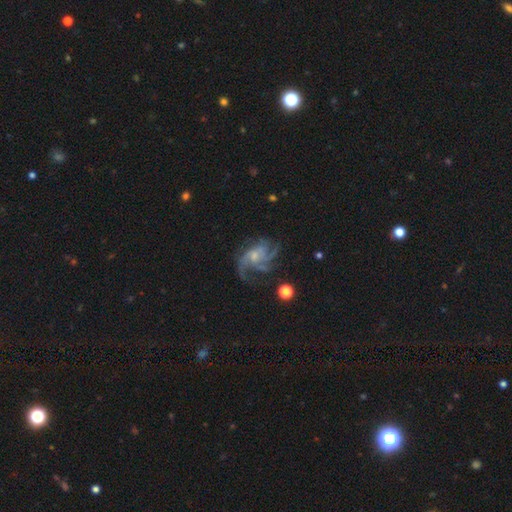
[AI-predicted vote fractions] Overall: featured or disk (84%). Edge-on disk: no (98%). Bar: no (64%; weak 30%). Spiral arms: yes (95%). Spiral arm count: 4 (29%; 3 25%). Spiral winding: medium (48%; loose 28%). Bulge size: small (45%; moderate 34%). Merging: none (57%; major disturbance 23%).